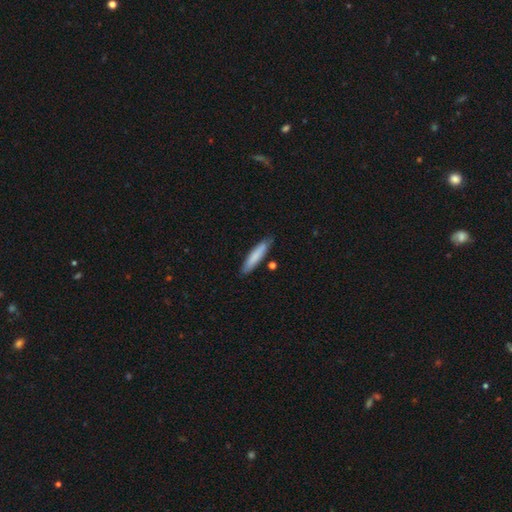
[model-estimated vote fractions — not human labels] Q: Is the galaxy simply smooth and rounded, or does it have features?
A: smooth — 79%.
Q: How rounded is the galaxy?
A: cigar-shaped — 87%.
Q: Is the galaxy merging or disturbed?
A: none — 82%.